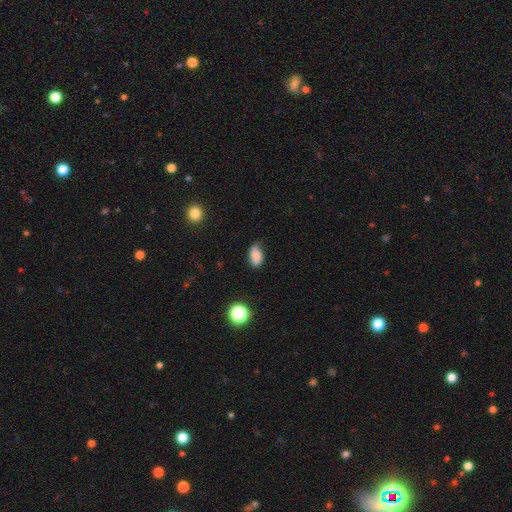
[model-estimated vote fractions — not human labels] A smooth galaxy with no disk features (74%) that is in between round and cigar-shaped (88%).

Vote fractions:
- Smooth or featured? smooth: 74% / featured or disk: 16% / star or artifact: 10%
- How rounded? in between: 88% / round: 10% / cigar-shaped: 2%
- Merging? none: 56% / minor disturbance: 34% / major disturbance: 8% / merger: 2%